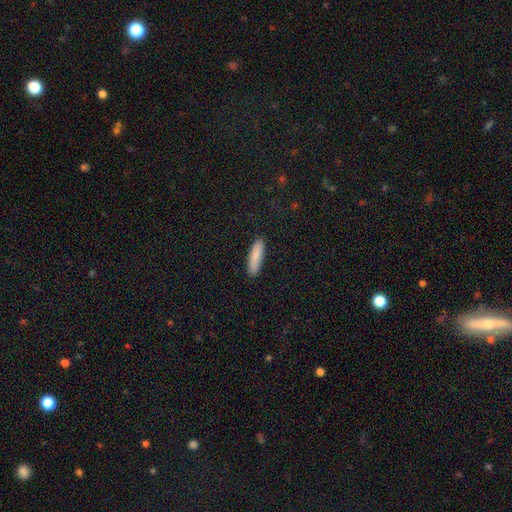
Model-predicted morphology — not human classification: Overall: smooth (87%). How rounded: cigar-shaped (69%). Merging: none (89%).